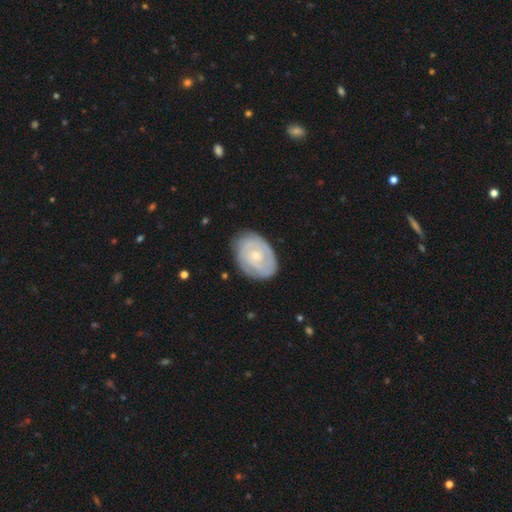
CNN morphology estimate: Smooth or featured: featured or disk — 74% (smooth — 21%)
Edge-on disk: no — 97% (yes — 3%)
Bar: no — 76% (weak — 20%)
Spiral arms: yes — 88% (no — 12%)
Spiral winding: tight — 75% (medium — 20%)
Spiral arm count: can't tell — 40% (2 — 32%)
Bulge size: small — 71% (moderate — 25%)
Merging: none — 78% (minor disturbance — 16%)